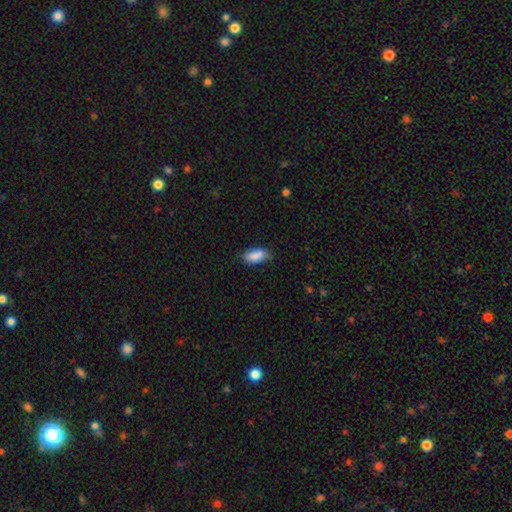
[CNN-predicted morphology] This is clearly a smooth galaxy (89%). How rounded: clearly in between (89%). Merging: clearly none (81%).